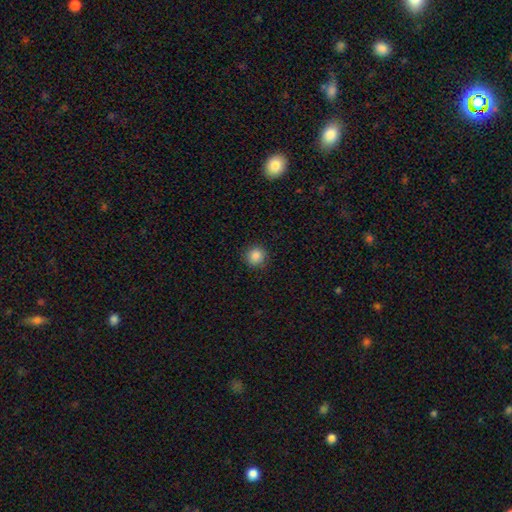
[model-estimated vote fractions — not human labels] Smooth or featured? Predicted: smooth (p=0.85). How rounded? Predicted: round (p=0.93). Merging? Predicted: none (p=0.90).